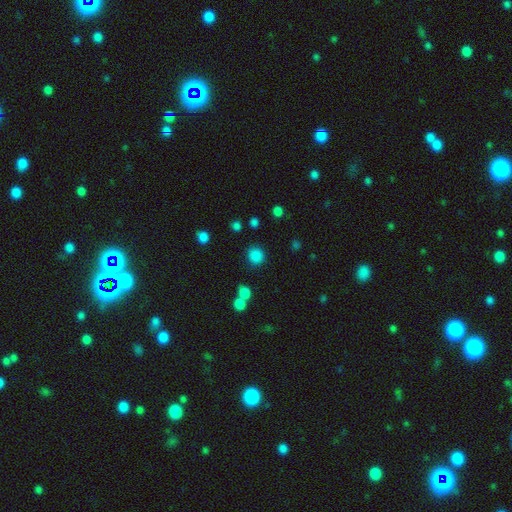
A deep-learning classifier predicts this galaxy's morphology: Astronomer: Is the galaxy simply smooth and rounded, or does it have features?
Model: smooth — 83%.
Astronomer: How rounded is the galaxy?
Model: round — 88%.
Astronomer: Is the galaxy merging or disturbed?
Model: none — 82%.